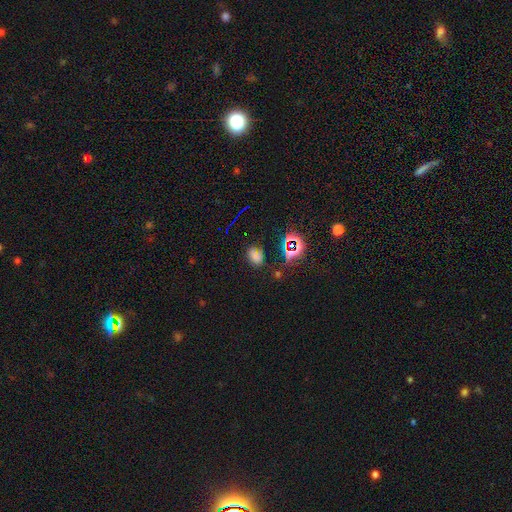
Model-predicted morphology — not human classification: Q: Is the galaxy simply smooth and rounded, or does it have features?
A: smooth — 49%.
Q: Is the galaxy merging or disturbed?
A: none — 60%.